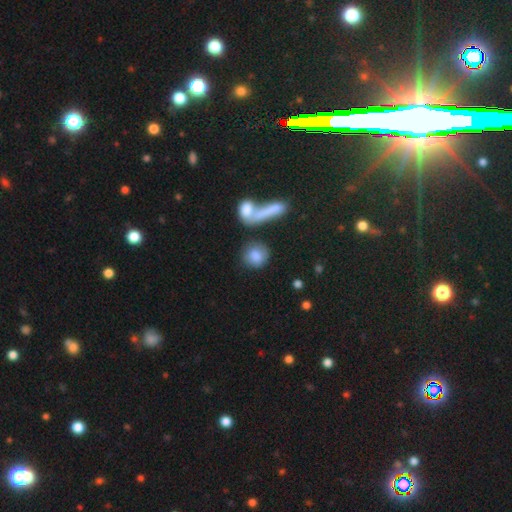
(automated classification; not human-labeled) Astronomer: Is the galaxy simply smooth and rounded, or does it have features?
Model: smooth — 81%.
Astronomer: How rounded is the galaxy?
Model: round — 75%.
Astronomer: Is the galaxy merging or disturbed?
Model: none — 62%.